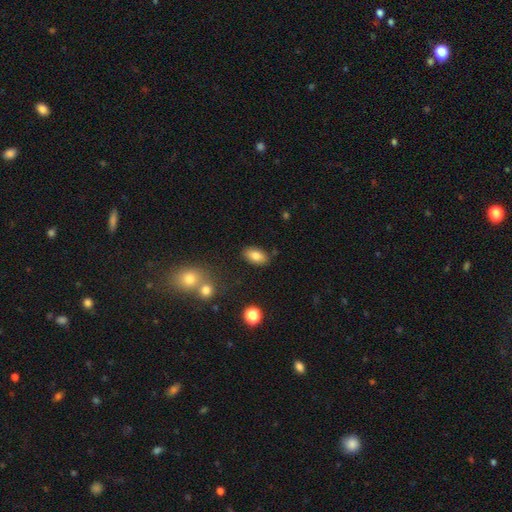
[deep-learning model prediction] Q: Smooth or featured?
A: smooth (81%); runner-up: featured or disk (10%)
Q: How rounded?
A: in between (91%); runner-up: round (5%)
Q: Merging?
A: none (84%); runner-up: minor disturbance (10%)